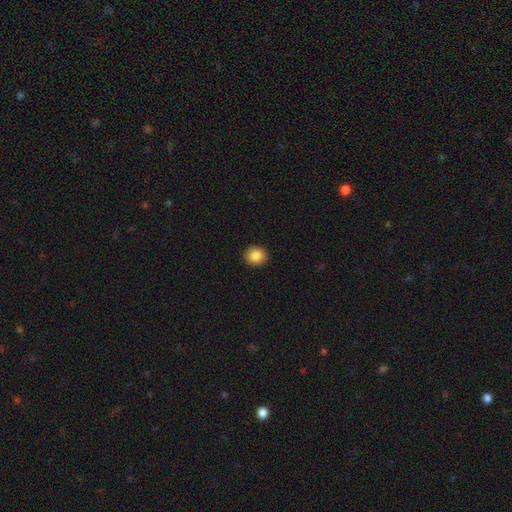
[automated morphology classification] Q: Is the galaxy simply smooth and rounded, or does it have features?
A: smooth — 86%.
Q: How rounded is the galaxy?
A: round — 82%.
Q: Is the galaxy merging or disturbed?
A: none — 92%.